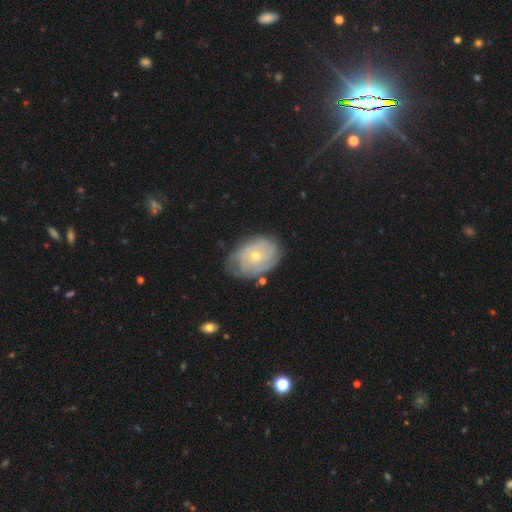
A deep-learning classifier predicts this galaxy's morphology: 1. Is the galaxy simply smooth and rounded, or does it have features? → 72% featured or disk, 21% smooth, 6% star or artifact.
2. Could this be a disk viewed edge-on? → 96% no, 4% yes.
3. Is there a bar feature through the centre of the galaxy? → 81% no, 16% weak, 3% strong.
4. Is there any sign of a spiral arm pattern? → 82% yes, 18% no.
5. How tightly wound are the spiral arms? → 71% tight, 21% medium, 7% loose.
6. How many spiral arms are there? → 51% can't tell, 20% 2, 14% 3, 7% 4, 5% 1, 4% more than 4.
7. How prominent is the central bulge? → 55% small, 42% moderate, 1% large, 1% none, 1% dominant.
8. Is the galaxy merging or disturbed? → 63% none, 26% minor disturbance, 8% major disturbance, 3% merger.